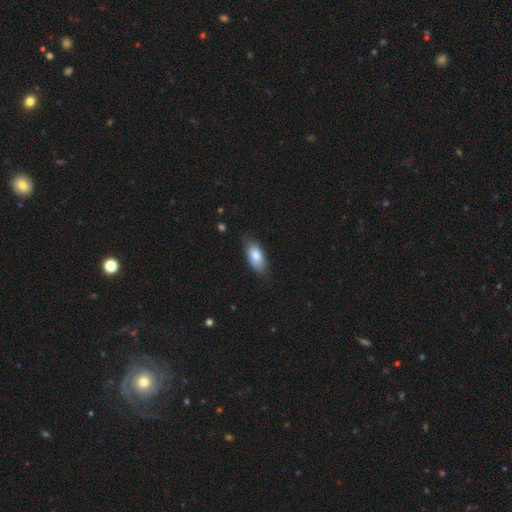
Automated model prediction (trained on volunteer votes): Overall: smooth (83%). How rounded: in between (89%). Merging: none (76%).